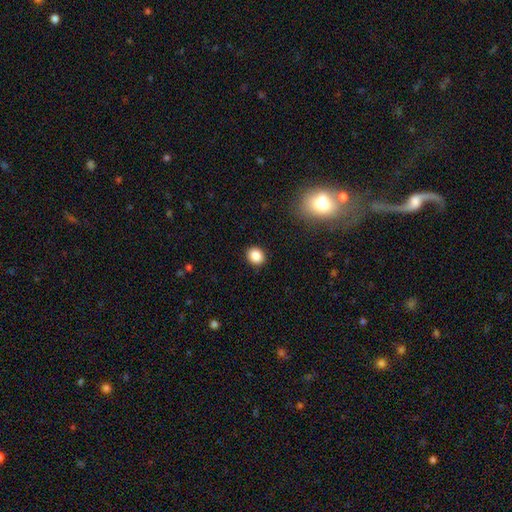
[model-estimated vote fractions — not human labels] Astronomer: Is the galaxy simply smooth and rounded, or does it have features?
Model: smooth — 86%.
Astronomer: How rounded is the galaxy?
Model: round — 70%.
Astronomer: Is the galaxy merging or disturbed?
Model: none — 90%.